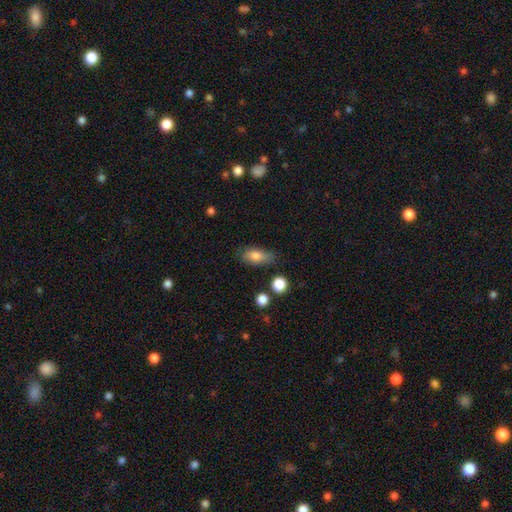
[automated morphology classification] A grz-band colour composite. It shows a smooth galaxy with no disk features (79%) that is in between round and cigar-shaped (81%). Merging: none (66%).